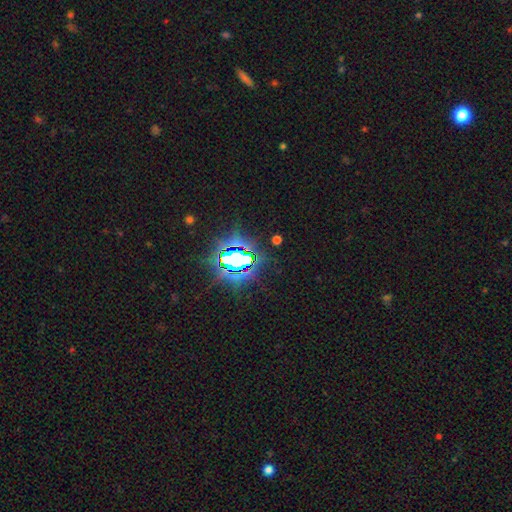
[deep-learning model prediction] Smooth or featured: star or artifact — 84% (smooth — 10%)